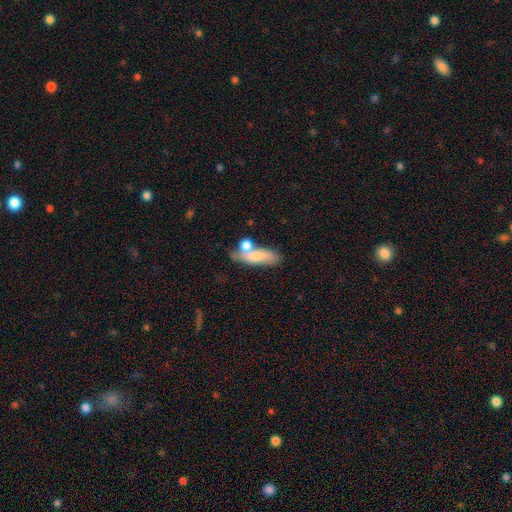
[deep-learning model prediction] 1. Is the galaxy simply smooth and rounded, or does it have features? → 69% smooth, 23% featured or disk, 8% star or artifact.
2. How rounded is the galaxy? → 58% in between, 36% cigar-shaped, 6% round.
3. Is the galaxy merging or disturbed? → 38% none, 35% merger, 18% minor disturbance, 10% major disturbance.